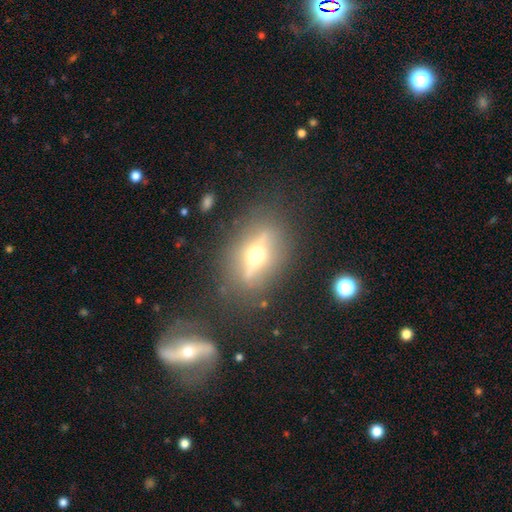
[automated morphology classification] This appears to be a featured or disk galaxy (65%) viewed edge-on (74%). Merging: none (79%).